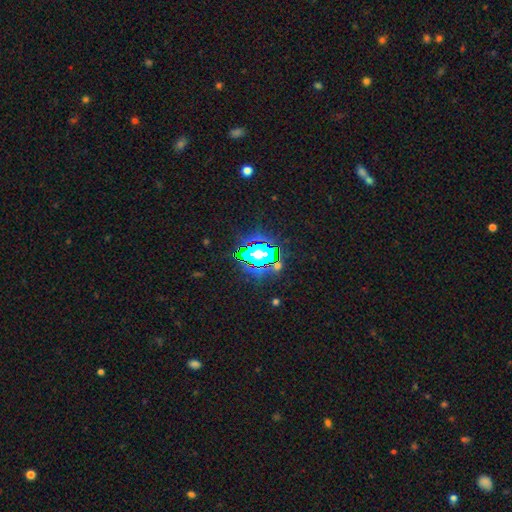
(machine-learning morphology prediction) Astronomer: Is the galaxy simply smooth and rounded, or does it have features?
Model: star or artifact — 82%.